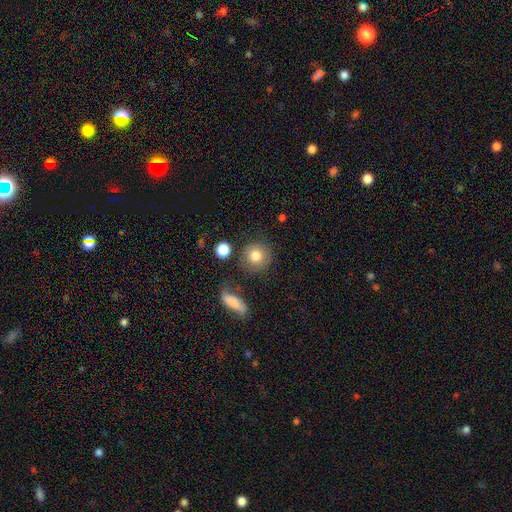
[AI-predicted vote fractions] Q: Smooth or featured?
A: smooth (80%); runner-up: featured or disk (11%)
Q: How rounded?
A: round (87%); runner-up: in between (11%)
Q: Merging?
A: none (76%); runner-up: minor disturbance (13%)